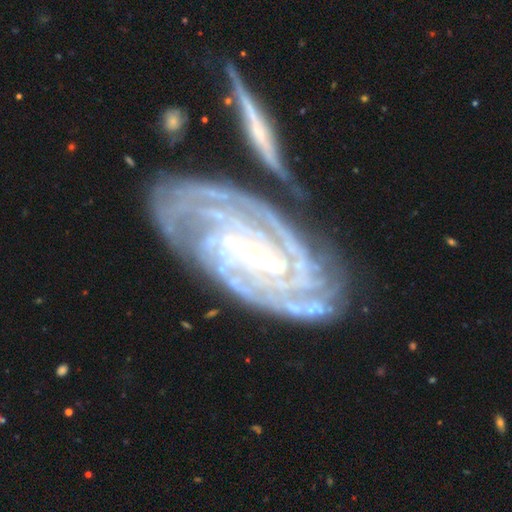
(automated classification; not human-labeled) Q: Smooth or featured?
A: featured or disk (92%); runner-up: star or artifact (5%)
Q: Edge-on disk?
A: no (95%); runner-up: yes (5%)
Q: Bar?
A: weak (40%); runner-up: strong (34%)
Q: Spiral arms?
A: yes (98%); runner-up: no (2%)
Q: Spiral winding?
A: tight (75%); runner-up: medium (21%)
Q: Spiral arm count?
A: 4 (26%); runner-up: can't tell (21%)
Q: Bulge size?
A: small (75%); runner-up: moderate (20%)
Q: Merging?
A: none (66%); runner-up: minor disturbance (17%)